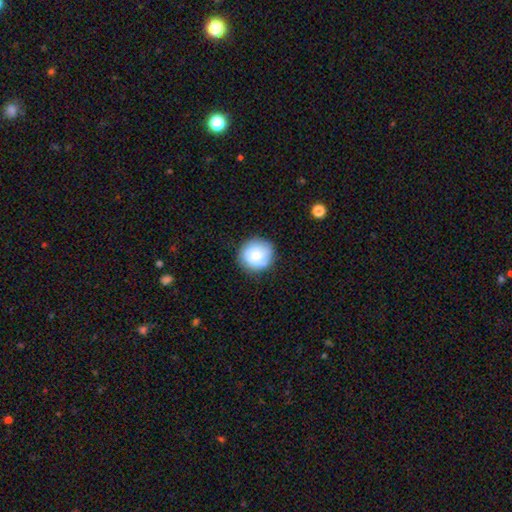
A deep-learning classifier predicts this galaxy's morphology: Smooth or featured?
  - smooth: 66% *
  - featured or disk: 26%
  - star or artifact: 8%
How rounded?
  - round: 92% *
  - in between: 8%
  - cigar-shaped: 1%
Merging?
  - none: 80% *
  - minor disturbance: 14%
  - major disturbance: 4%
  - merger: 2%